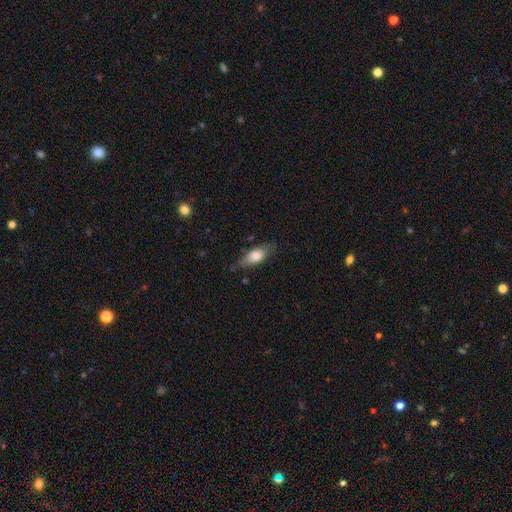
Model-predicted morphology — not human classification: Overall: smooth (73%). How rounded: in between (74%). Merging: none (71%).